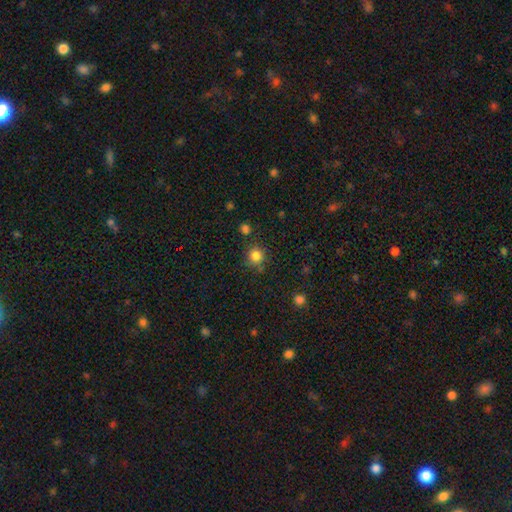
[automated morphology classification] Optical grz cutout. It shows a smooth galaxy with no disk features (83%) that is round (92%). Merging: none (81%).